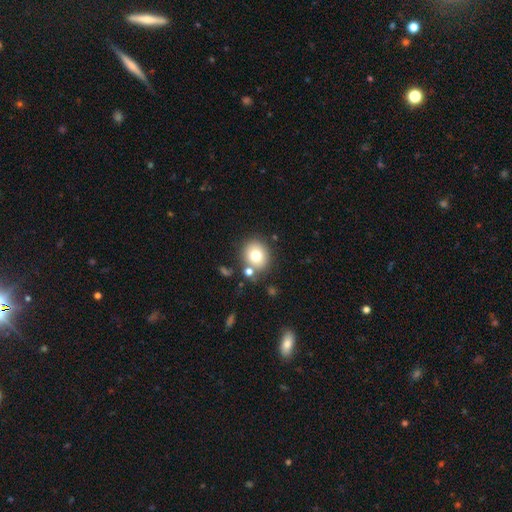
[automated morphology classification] A smooth galaxy with no disk features (75%) that is round (74%).

Vote fractions:
- Smooth or featured? smooth: 75% / featured or disk: 14% / star or artifact: 11%
- How rounded? round: 74% / in between: 26% / cigar-shaped: 1%
- Merging? none: 75% / merger: 11% / minor disturbance: 10% / major disturbance: 4%